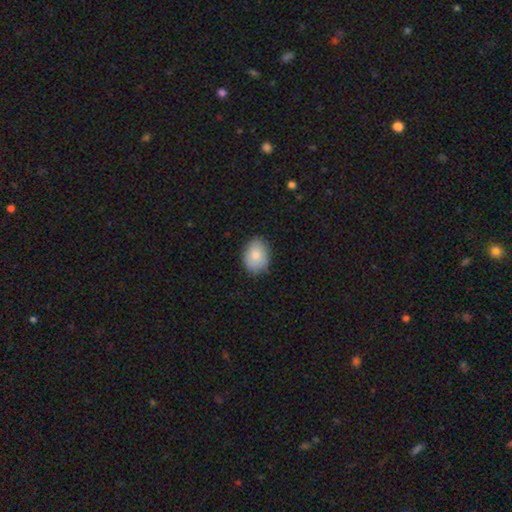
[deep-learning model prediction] A smooth galaxy with no disk features (85%) that is in between round and cigar-shaped (74%).

Vote fractions:
- Smooth or featured? smooth: 85% / featured or disk: 9% / star or artifact: 6%
- How rounded? in between: 74% / round: 25% / cigar-shaped: 1%
- Merging? none: 83% / minor disturbance: 13% / major disturbance: 3% / merger: 1%